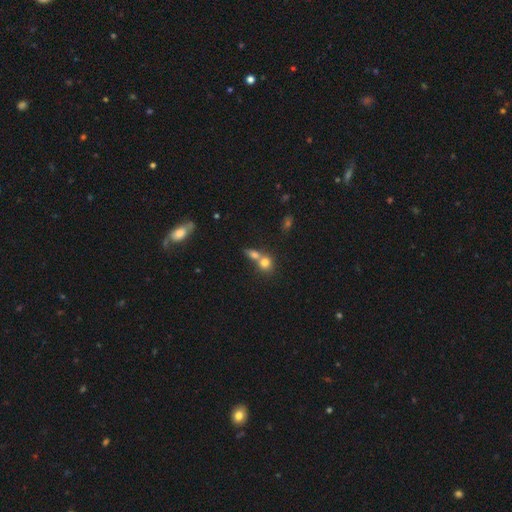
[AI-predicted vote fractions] Overall: smooth (66%). How rounded: round (72%). Merging: merger (46%; none 42%).